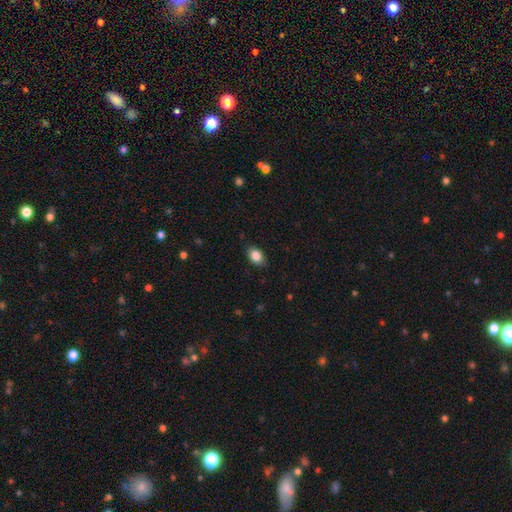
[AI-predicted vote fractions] smooth 86%, star or artifact 8%, featured or disk 6%. Down the decision tree: how rounded — in between (83%); merging — none (85%).